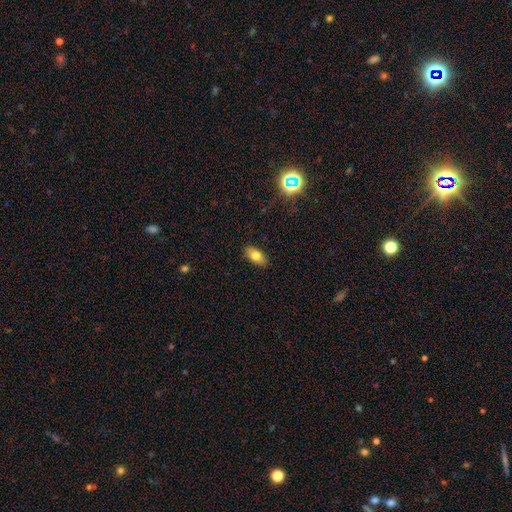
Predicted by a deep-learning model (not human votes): A smooth galaxy with no disk features (76%) that is in between round and cigar-shaped (89%).

Vote fractions:
- Smooth or featured? smooth: 76% / featured or disk: 14% / star or artifact: 9%
- How rounded? in between: 89% / cigar-shaped: 6% / round: 5%
- Merging? none: 88% / minor disturbance: 9% / major disturbance: 2% / merger: 1%